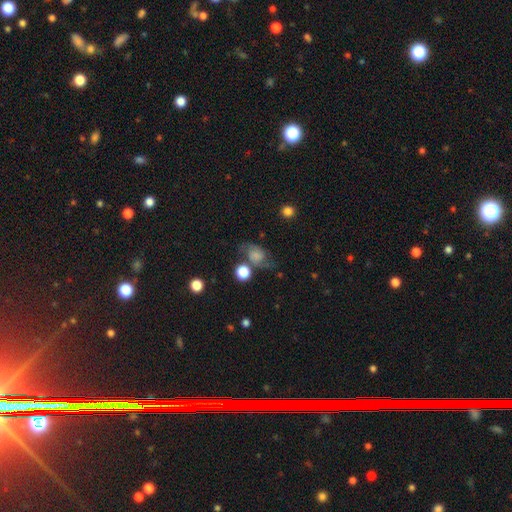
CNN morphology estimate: Q: Smooth or featured?
A: featured or disk (47%); runner-up: smooth (41%)
Q: Merging?
A: none (56%); runner-up: minor disturbance (22%)